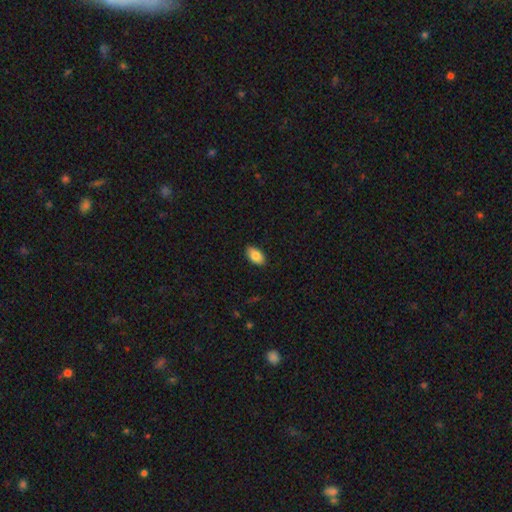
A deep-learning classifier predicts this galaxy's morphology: smooth 84%, featured or disk 9%, star or artifact 7%. Down the decision tree: how rounded — in between (94%); merging — none (88%).